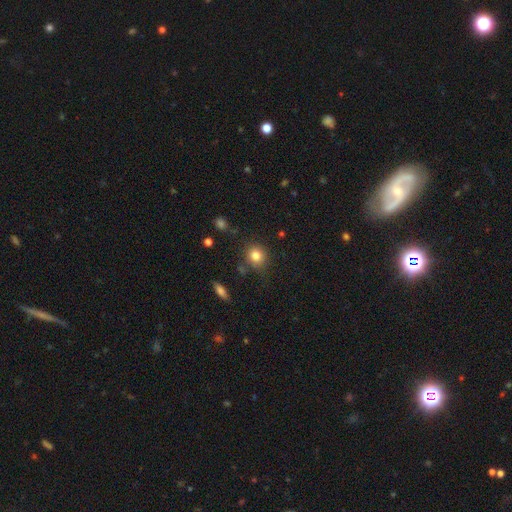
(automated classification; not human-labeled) Smooth or featured: smooth — 82% (star or artifact — 11%)
How rounded: round — 81% (in between — 18%)
Merging: none — 80% (minor disturbance — 12%)